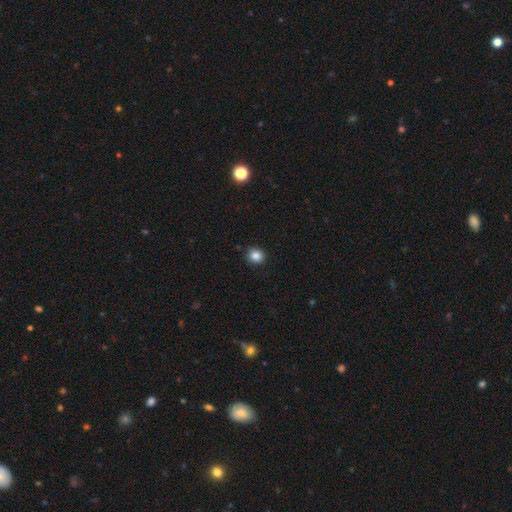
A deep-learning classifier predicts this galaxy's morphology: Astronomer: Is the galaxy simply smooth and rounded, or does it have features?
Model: smooth — 85%.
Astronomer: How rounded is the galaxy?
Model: round — 87%.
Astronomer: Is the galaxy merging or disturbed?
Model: none — 90%.